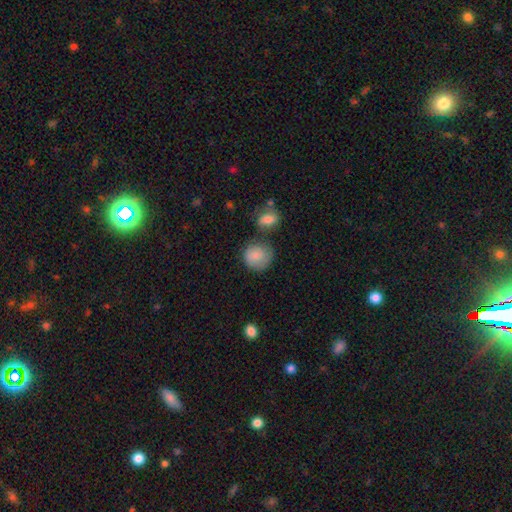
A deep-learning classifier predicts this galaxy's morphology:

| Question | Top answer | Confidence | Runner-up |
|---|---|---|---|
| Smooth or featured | smooth | 84% | featured or disk (8%) |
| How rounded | round | 84% | in between (15%) |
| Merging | none | 60% | minor disturbance (21%) |